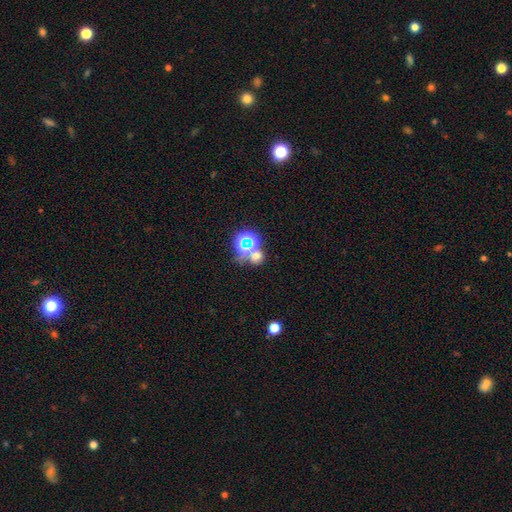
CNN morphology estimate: This is possibly a smooth galaxy (47%). Merging: possibly none (54%).